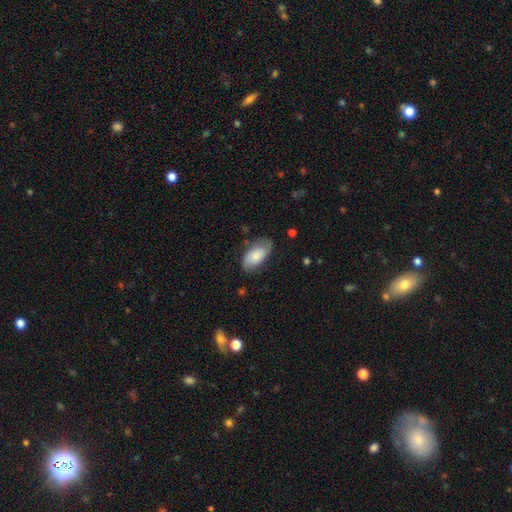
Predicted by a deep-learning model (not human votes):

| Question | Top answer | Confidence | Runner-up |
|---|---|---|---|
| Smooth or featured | smooth | 60% | featured or disk (33%) |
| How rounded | in between | 94% | cigar-shaped (3%) |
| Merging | none | 67% | minor disturbance (24%) |